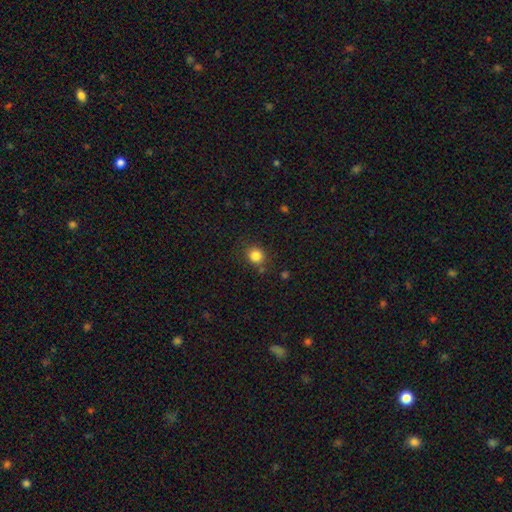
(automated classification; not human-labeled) smooth-or-featured: smooth: 84% | star or artifact: 11% | featured or disk: 5%
  how-rounded: round: 81% | in between: 18% | cigar-shaped: 1%
  merging: none: 80% | minor disturbance: 12% | merger: 4% | major disturbance: 4%